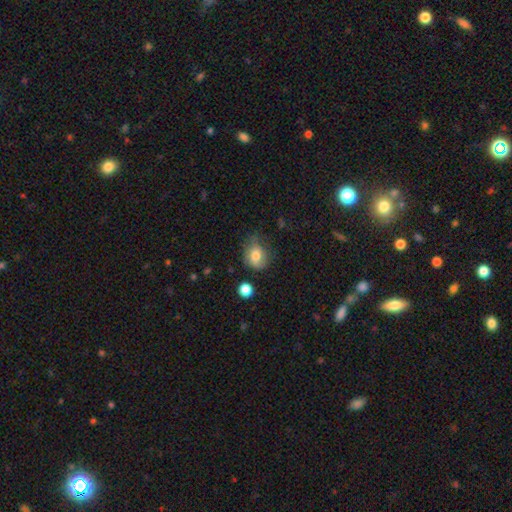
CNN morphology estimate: type=smooth (77%); roundness=round (55%); merging=none (50%).